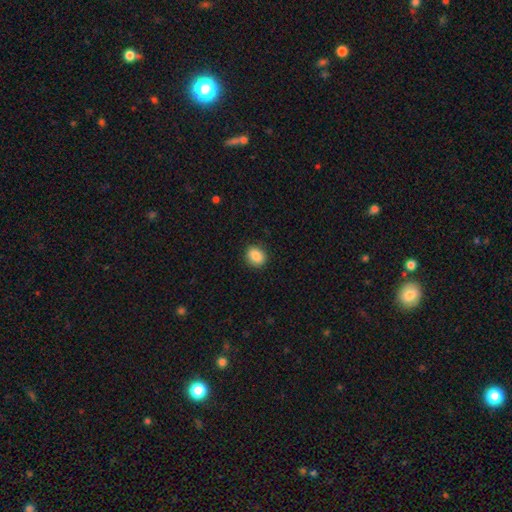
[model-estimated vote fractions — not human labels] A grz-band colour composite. It shows a smooth galaxy with no disk features (87%) that is round (52%). Merging: none (88%).